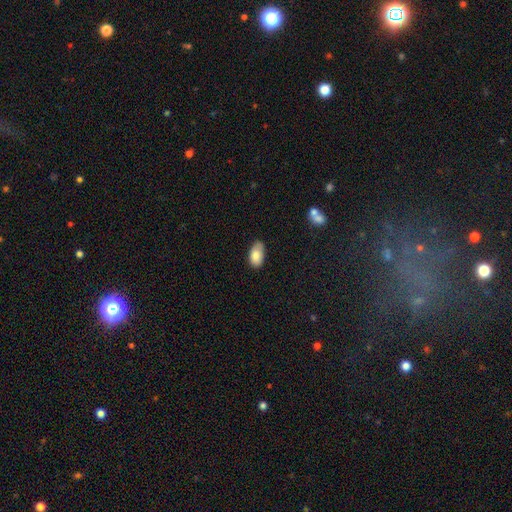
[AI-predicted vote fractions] This is clearly a smooth galaxy (83%). How rounded: clearly in between (94%). Merging: likely none (65%).